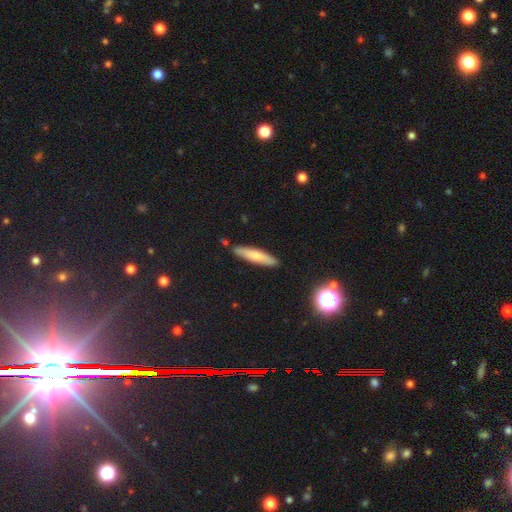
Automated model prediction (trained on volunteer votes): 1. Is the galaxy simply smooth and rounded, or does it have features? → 70% smooth, 23% featured or disk, 7% star or artifact.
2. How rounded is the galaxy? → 86% cigar-shaped, 12% in between, 2% round.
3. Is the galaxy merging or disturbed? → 85% none, 10% minor disturbance, 3% merger, 2% major disturbance.